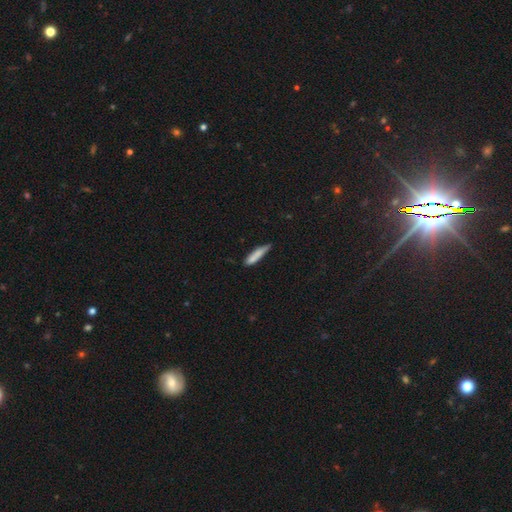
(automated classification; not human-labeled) A smooth galaxy with no disk features (81%) that is cigar-shaped (85%). Merging: none (60%).